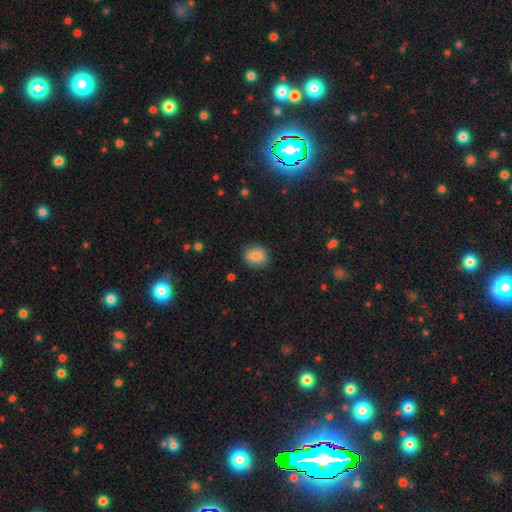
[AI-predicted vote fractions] A smooth galaxy with no disk features (83%) that is round (63%). Merging: none (86%).